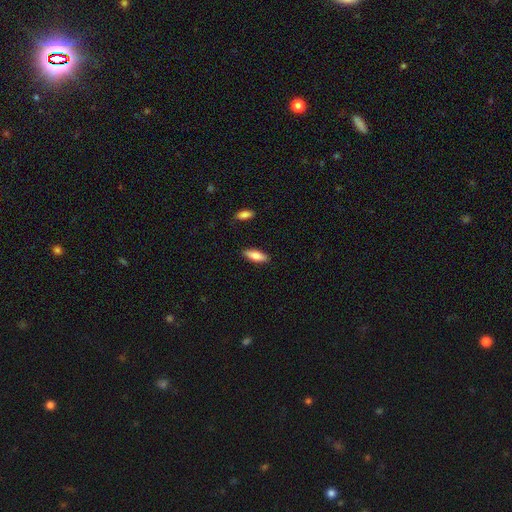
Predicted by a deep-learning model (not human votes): smooth 80%, featured or disk 14%, star or artifact 6%. Down the decision tree: how rounded — in between (58%); merging — none (87%).